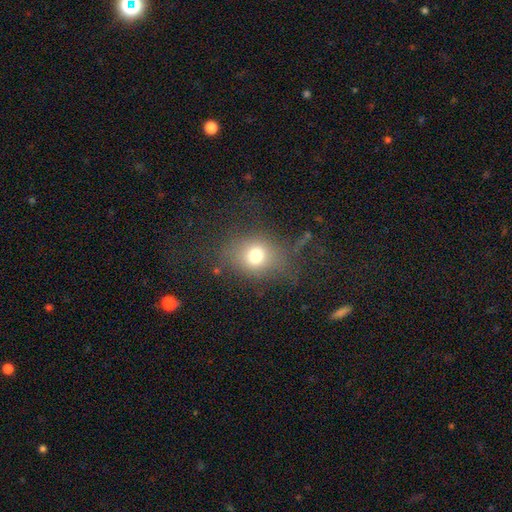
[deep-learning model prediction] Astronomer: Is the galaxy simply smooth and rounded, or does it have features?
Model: smooth — 72%.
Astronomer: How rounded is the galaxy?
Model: round — 61% (runner-up: in between, 37%).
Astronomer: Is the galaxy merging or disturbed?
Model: none — 64%.